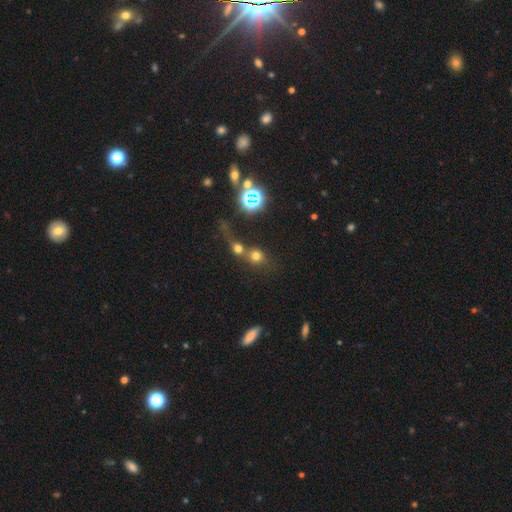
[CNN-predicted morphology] smooth_or_featured: smooth (p=0.64) [alt: star or artifact p=0.23]
how_rounded: round (p=0.82) [alt: in between p=0.17]
merging: merger (p=0.49) [alt: none p=0.37]